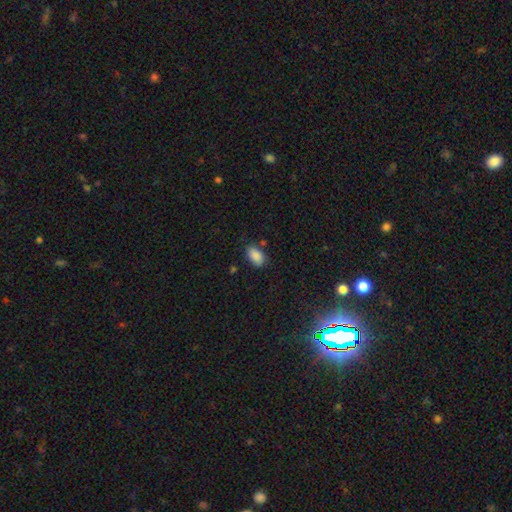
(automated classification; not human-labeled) Smooth or featured?
  - smooth: 88% *
  - star or artifact: 8%
  - featured or disk: 4%
How rounded?
  - in between: 92% *
  - round: 6%
  - cigar-shaped: 2%
Merging?
  - none: 77% *
  - minor disturbance: 16%
  - major disturbance: 4%
  - merger: 3%